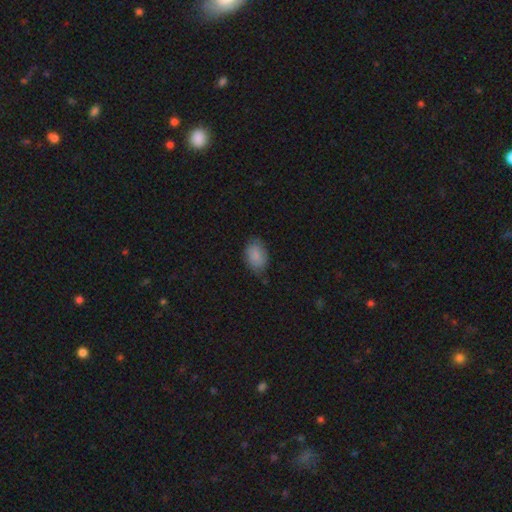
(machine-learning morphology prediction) Smooth or featured?
  - smooth: 85% *
  - featured or disk: 8%
  - star or artifact: 7%
How rounded?
  - in between: 85% *
  - round: 14%
  - cigar-shaped: 1%
Merging?
  - none: 74% *
  - minor disturbance: 21%
  - major disturbance: 4%
  - merger: 1%